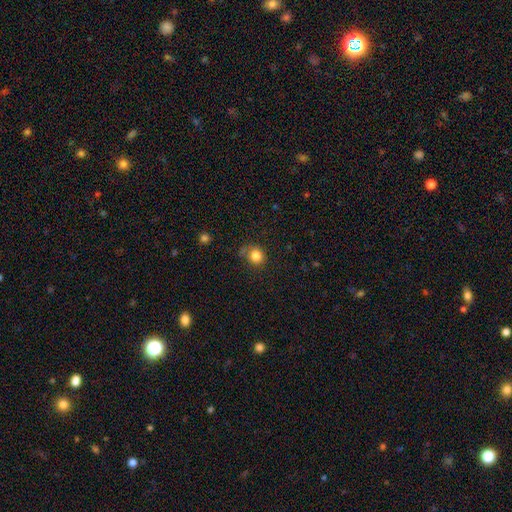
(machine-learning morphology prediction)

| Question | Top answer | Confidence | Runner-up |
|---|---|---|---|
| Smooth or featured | smooth | 83% | star or artifact (11%) |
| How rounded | round | 80% | in between (19%) |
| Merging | none | 69% | minor disturbance (21%) |